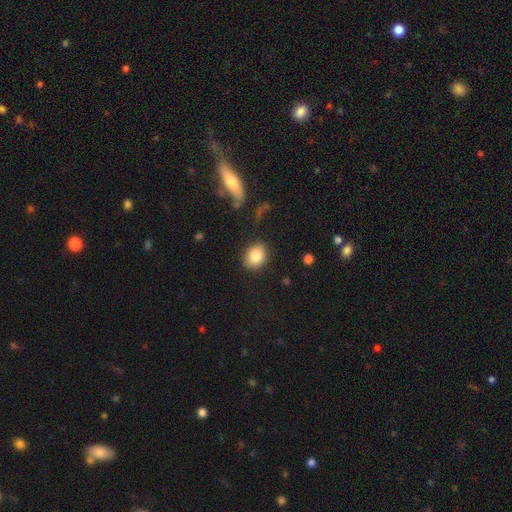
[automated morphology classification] Smooth or featured? Predicted: smooth (p=0.86). How rounded? Predicted: round (p=0.50). Merging? Predicted: none (p=0.83).